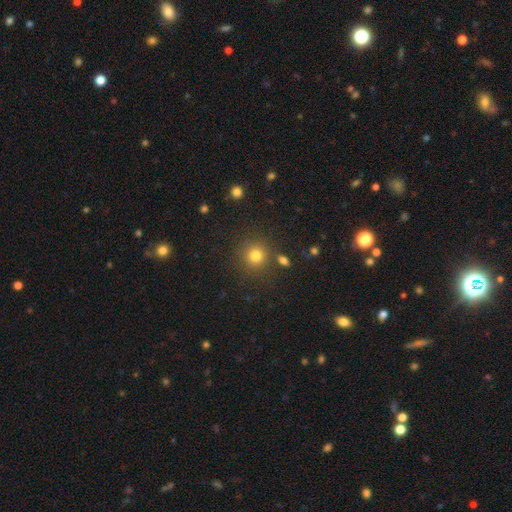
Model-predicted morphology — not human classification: smooth-or-featured: smooth: 80% | star or artifact: 14% | featured or disk: 6%
  how-rounded: round: 91% | in between: 8% | cigar-shaped: 1%
  merging: none: 81% | minor disturbance: 9% | merger: 6% | major disturbance: 4%